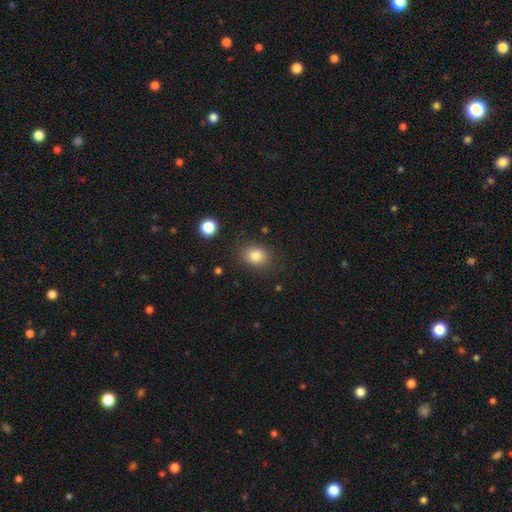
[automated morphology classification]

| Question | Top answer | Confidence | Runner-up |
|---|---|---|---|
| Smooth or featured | smooth | 83% | star or artifact (11%) |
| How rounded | round | 60% | in between (39%) |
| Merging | none | 85% | minor disturbance (10%) |